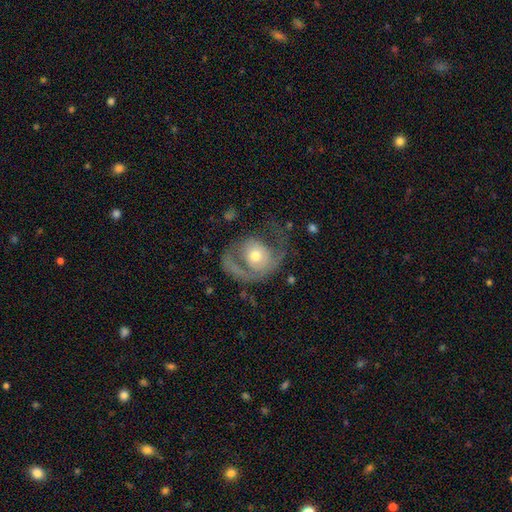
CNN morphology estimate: Smooth or featured? featured or disk (64%)
Edge-on disk? no (96%)
Bar? no (76%)
Spiral arms? yes (68%)
Bulge size? moderate (63%)
Merging? major disturbance (41%)